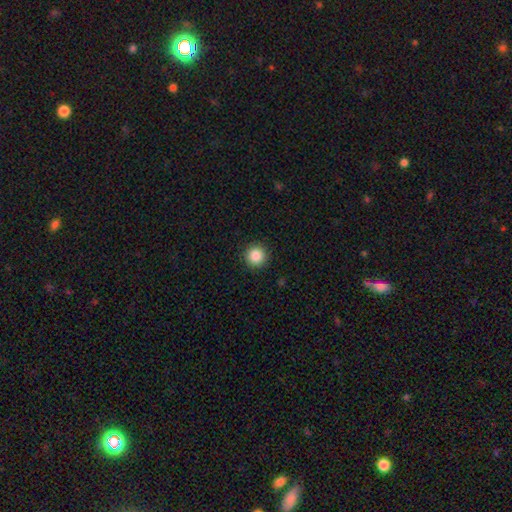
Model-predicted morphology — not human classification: A smooth galaxy with no disk features (87%) that is round (96%).

Vote fractions:
- Smooth or featured? smooth: 87% / star or artifact: 10% / featured or disk: 4%
- How rounded? round: 96% / in between: 3% / cigar-shaped: 1%
- Merging? none: 92% / minor disturbance: 5% / major disturbance: 2% / merger: 1%